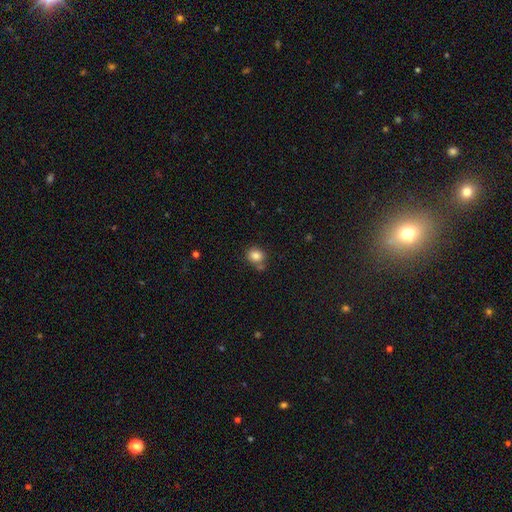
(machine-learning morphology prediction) A smooth galaxy with no disk features (82%) that is round (73%).

Vote fractions:
- Smooth or featured? smooth: 82% / star or artifact: 11% / featured or disk: 7%
- How rounded? round: 73% / in between: 26% / cigar-shaped: 1%
- Merging? none: 67% / minor disturbance: 15% / merger: 14% / major disturbance: 4%